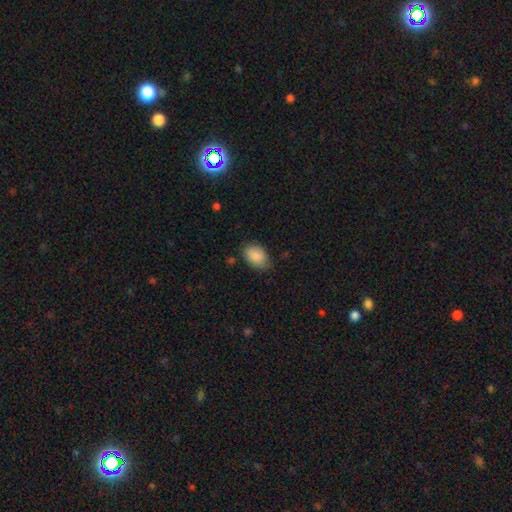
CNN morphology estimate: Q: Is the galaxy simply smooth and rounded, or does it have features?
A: smooth — 87%.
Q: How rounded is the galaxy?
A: in between — 83%.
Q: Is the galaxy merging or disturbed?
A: none — 69%.